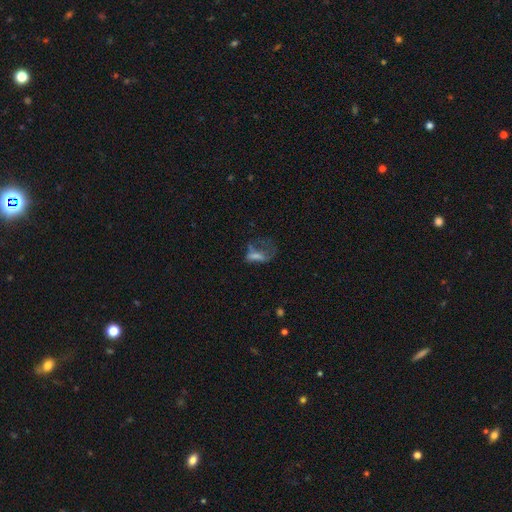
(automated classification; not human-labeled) Smooth or featured? Predicted: smooth (p=0.44). Merging? Predicted: major disturbance (p=0.52).